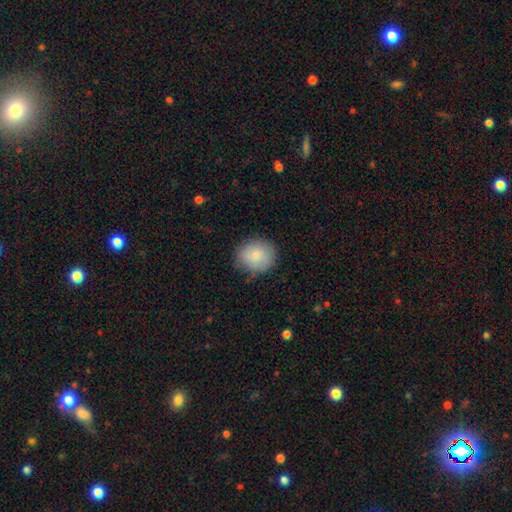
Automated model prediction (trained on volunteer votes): This is likely a smooth galaxy (80%). How rounded: likely round (77%). Merging: likely none (79%).